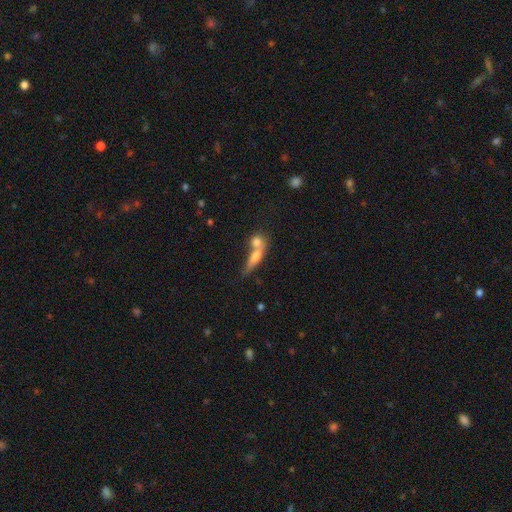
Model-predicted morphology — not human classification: A smooth galaxy with no disk features (64%) that is cigar-shaped (49%). Merging: merger (55%).